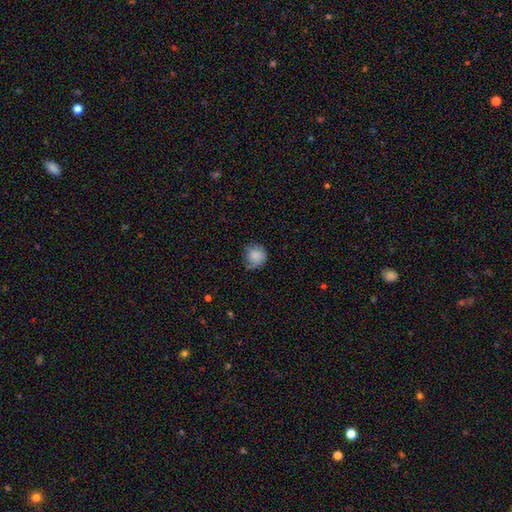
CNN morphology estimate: type=smooth (84%); roundness=round (88%); merging=none (68%).